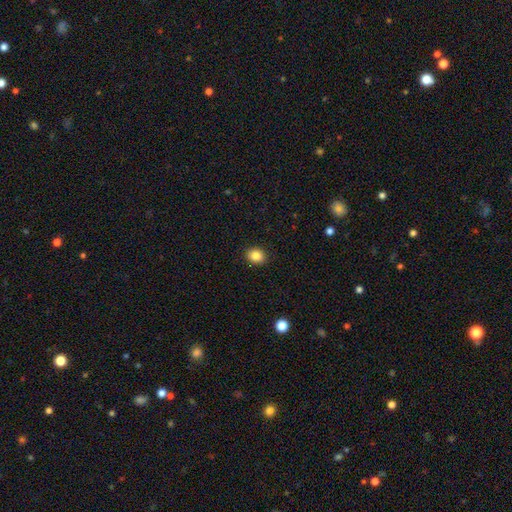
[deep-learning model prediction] smooth_or_featured: smooth (p=0.86) [alt: star or artifact p=0.10]
how_rounded: round (p=0.57) [alt: in between p=0.42]
merging: none (p=0.91) [alt: minor disturbance p=0.07]